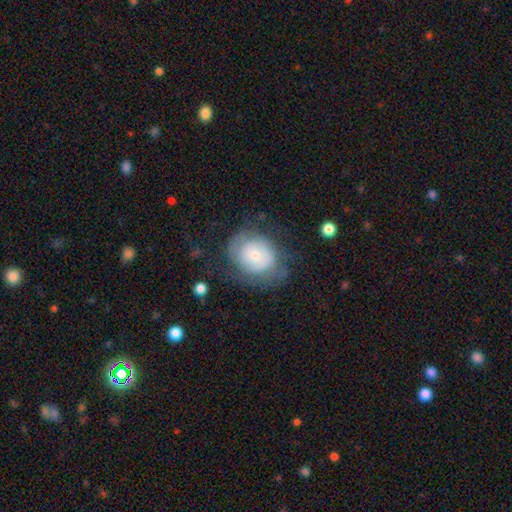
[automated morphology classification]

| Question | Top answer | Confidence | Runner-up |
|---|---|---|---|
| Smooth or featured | smooth | 53% | featured or disk (39%) |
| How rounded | round | 66% | in between (33%) |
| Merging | none | 53% | minor disturbance (25%) |